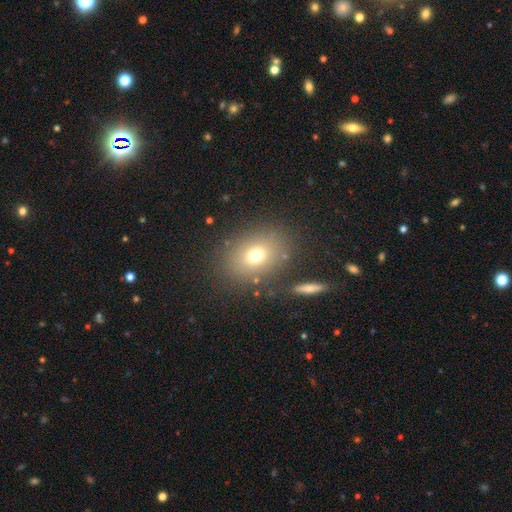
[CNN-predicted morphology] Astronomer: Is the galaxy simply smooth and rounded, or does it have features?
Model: smooth — 71%.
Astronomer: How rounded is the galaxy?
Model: in between — 60% (runner-up: round, 39%).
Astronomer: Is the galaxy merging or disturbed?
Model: none — 81%.